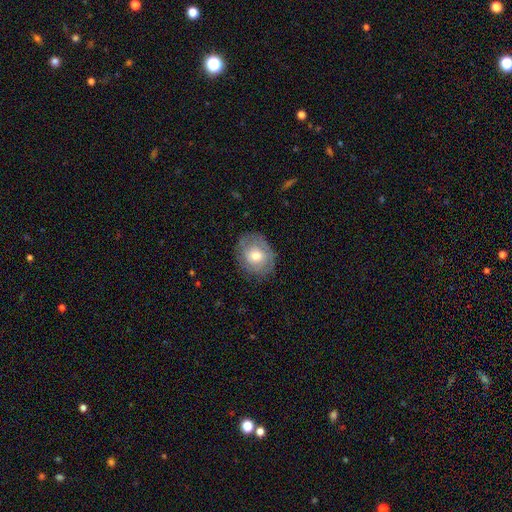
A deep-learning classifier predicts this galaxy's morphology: This is possibly a smooth galaxy (53%). How rounded: likely round (62%). Merging: likely none (75%).